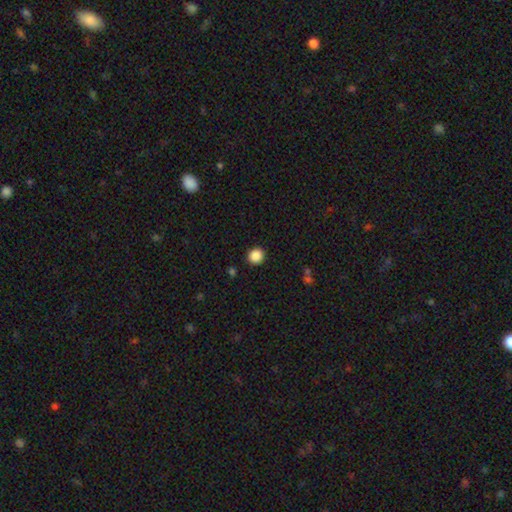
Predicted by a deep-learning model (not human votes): smooth-or-featured: smooth: 88% | star or artifact: 10% | featured or disk: 3%
  how-rounded: round: 90% | in between: 9% | cigar-shaped: 1%
  merging: none: 92% | minor disturbance: 5% | major disturbance: 2% | merger: 1%